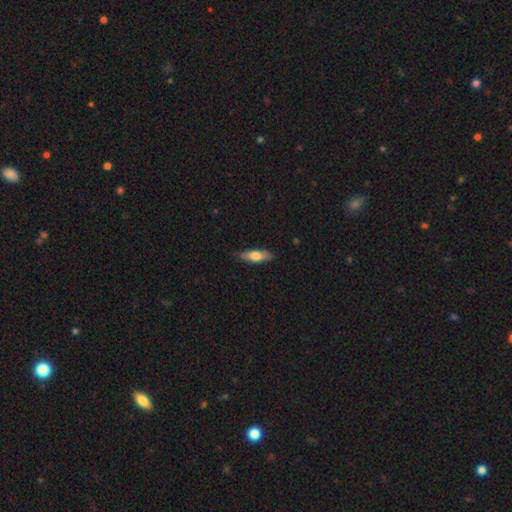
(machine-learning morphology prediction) smooth 63%, featured or disk 31%, star or artifact 6%. Down the decision tree: how rounded — cigar-shaped (50%); merging — none (82%).